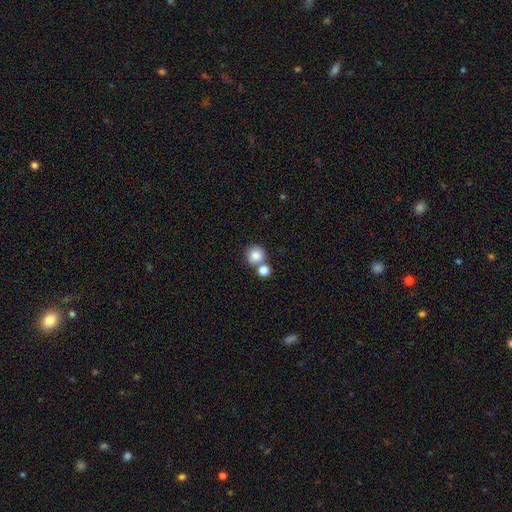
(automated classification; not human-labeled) The model was most divided on "merging": none: 60%, merger: 29%, minor disturbance: 8%, major disturbance: 3%. More confident: how rounded — round (91%); smooth or featured — smooth (83%).